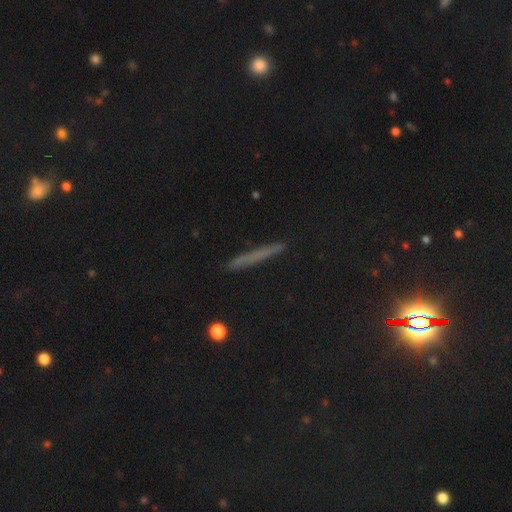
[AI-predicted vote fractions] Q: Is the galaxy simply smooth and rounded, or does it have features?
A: smooth — 55%.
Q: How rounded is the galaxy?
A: cigar-shaped — 96%.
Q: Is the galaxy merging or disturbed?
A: none — 88%.